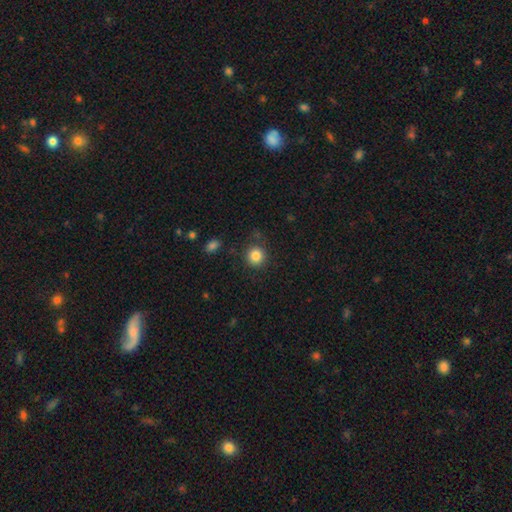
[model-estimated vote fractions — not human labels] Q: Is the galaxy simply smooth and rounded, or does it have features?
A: smooth — 85%.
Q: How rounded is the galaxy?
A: round — 92%.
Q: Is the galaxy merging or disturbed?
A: none — 85%.